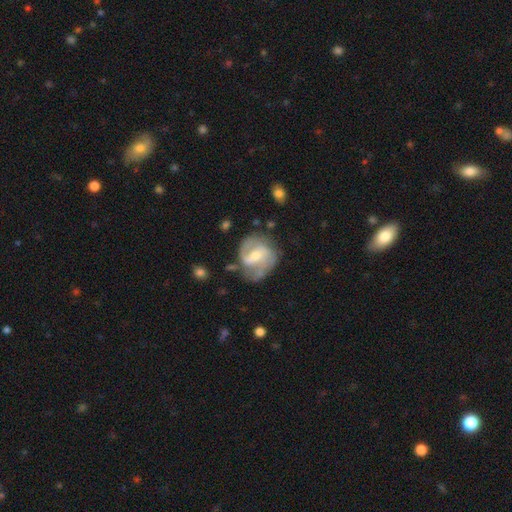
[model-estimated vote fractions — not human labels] A featured or disk galaxy (81%) with a weak bar (50%), 2 (78%) medium (52%) spiral arms (92%) and a moderate central bulge (48%).

Vote fractions:
- Smooth or featured? featured or disk: 81% / smooth: 14% / star or artifact: 5%
- Edge-on disk? no: 98% / yes: 2%
- Bar? weak: 50% / no: 28% / strong: 23%
- Spiral arms? yes: 92% / no: 8%
- Spiral winding? medium: 52% / loose: 25% / tight: 24%
- Spiral arm count? 2: 78% / can't tell: 9% / 3: 6% / 1: 4% / 4: 1% / more than 4: 1%
- Bulge size? moderate: 48% / small: 46% / large: 3% / none: 2% / dominant: 1%
- Merging? none: 63% / minor disturbance: 22% / major disturbance: 12% / merger: 4%